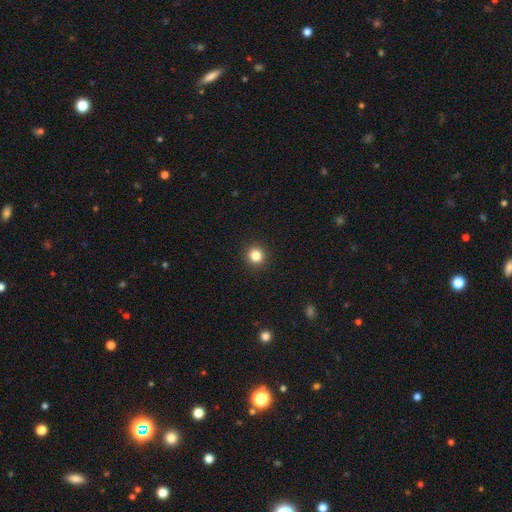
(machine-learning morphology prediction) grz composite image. It shows a smooth galaxy with no disk features (83%) that is round (94%). Merging: none (93%).